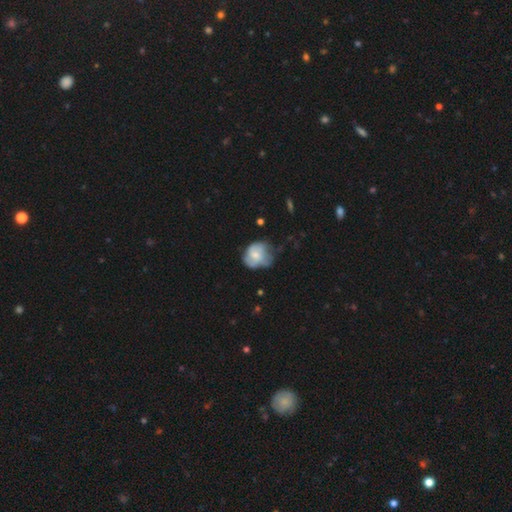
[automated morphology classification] Smooth or featured? smooth (54%)
How rounded? round (63%)
Merging? none (40%)